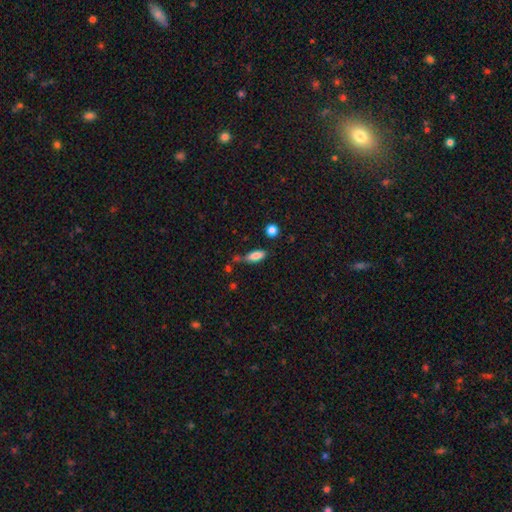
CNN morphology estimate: The model was most divided on "merging": none: 54%, minor disturbance: 27%, merger: 10%, major disturbance: 9%. More confident: smooth or featured — smooth (81%); how rounded — in between (72%).